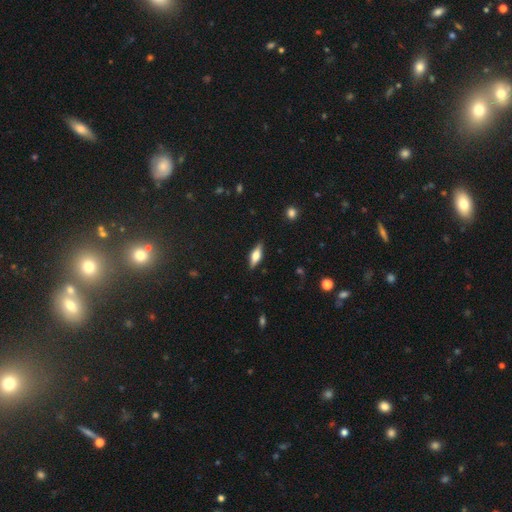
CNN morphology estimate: smooth_or_featured: featured or disk (p=0.47) [alt: smooth p=0.45]
merging: none (p=0.85) [alt: minor disturbance p=0.11]